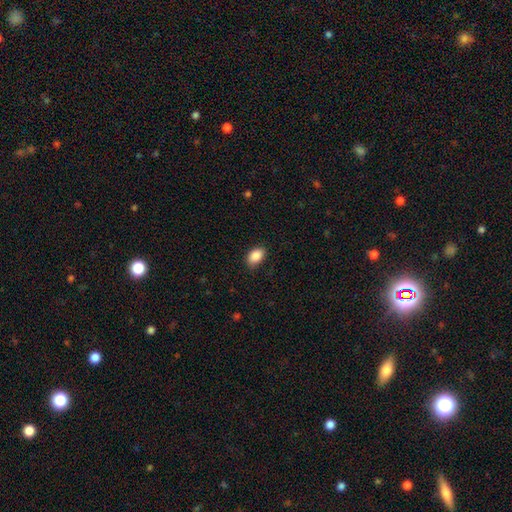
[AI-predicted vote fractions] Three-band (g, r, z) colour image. It shows a smooth galaxy with no disk features (89%) that is in between round and cigar-shaped (89%). Merging: none (82%).